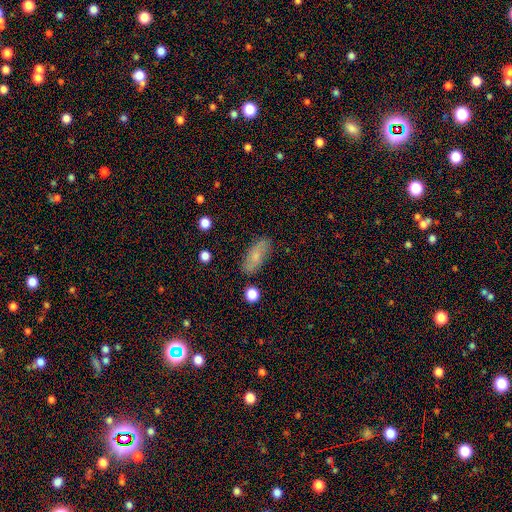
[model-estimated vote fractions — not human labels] A smooth galaxy with no disk features (68%) that is in between round and cigar-shaped (80%). Merging: none (83%).